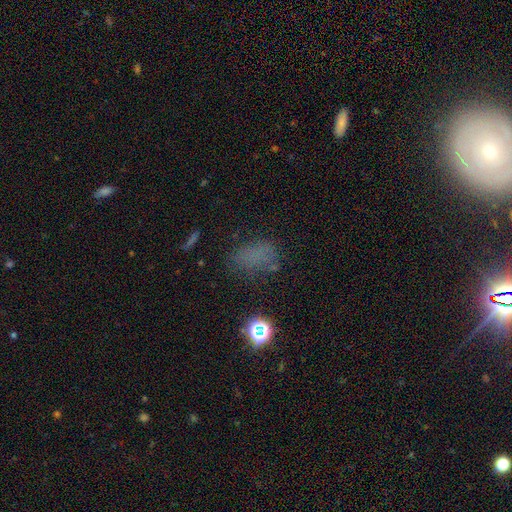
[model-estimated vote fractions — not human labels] A smooth galaxy with no disk features (61%) that is in between round and cigar-shaped (78%). Merging: none (61%).